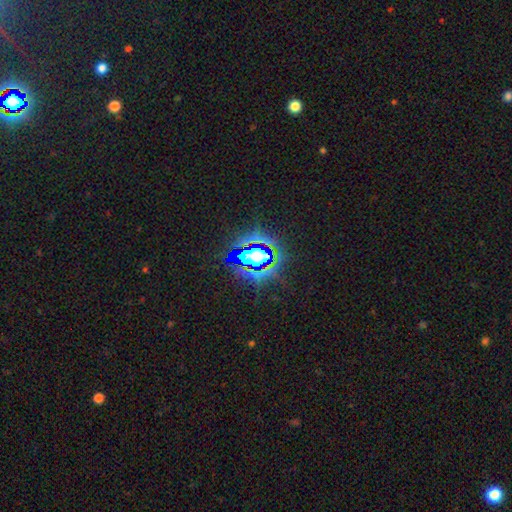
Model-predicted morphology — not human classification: A star or artifact, not a galaxy (72%).